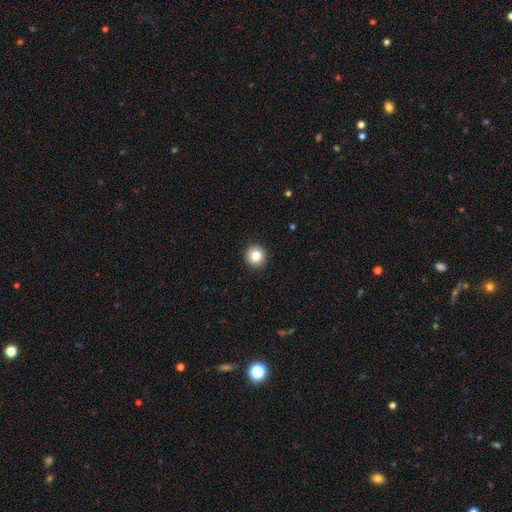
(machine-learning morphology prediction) Smooth or featured? smooth (84%)
How rounded? round (94%)
Merging? none (93%)